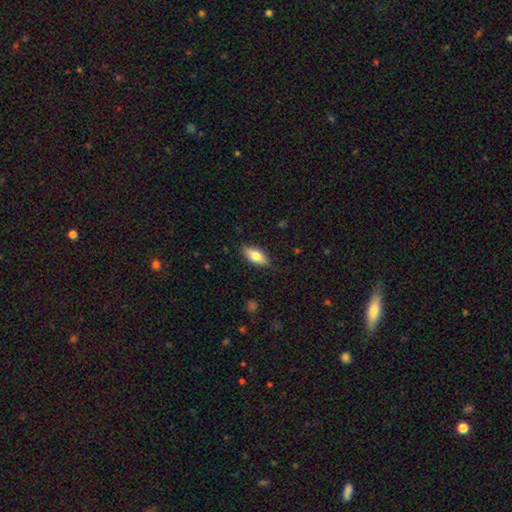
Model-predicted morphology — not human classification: Smooth or featured?
  - smooth: 76% *
  - featured or disk: 18%
  - star or artifact: 6%
How rounded?
  - in between: 80% *
  - cigar-shaped: 17%
  - round: 3%
Merging?
  - none: 85% *
  - minor disturbance: 11%
  - major disturbance: 2%
  - merger: 1%